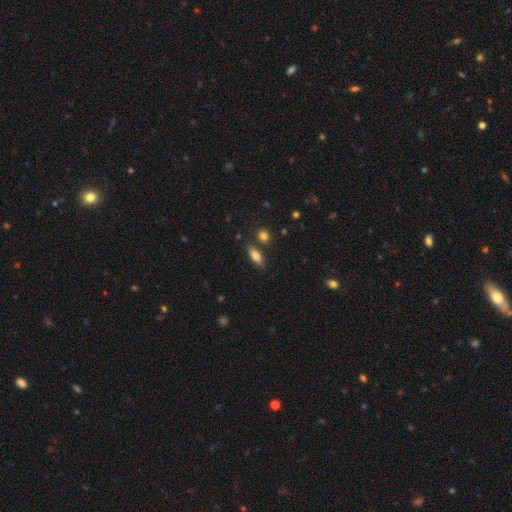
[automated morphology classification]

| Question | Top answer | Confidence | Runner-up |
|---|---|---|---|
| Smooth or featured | smooth | 72% | featured or disk (20%) |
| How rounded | in between | 68% | cigar-shaped (28%) |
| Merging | none | 79% | minor disturbance (12%) |